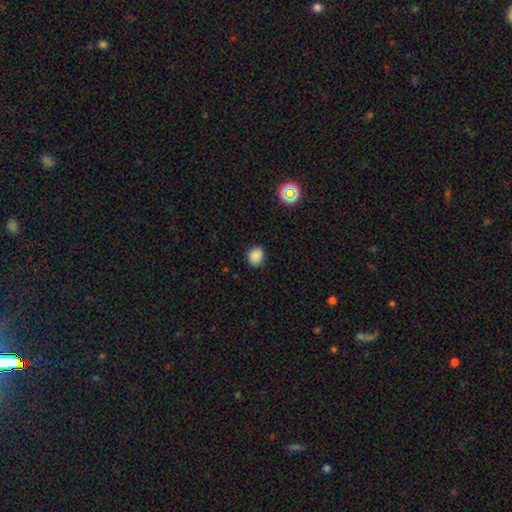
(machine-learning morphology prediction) A smooth galaxy with no disk features (85%) that is round (69%).

Vote fractions:
- Smooth or featured? smooth: 85% / star or artifact: 12% / featured or disk: 3%
- How rounded? round: 69% / in between: 30% / cigar-shaped: 1%
- Merging? none: 84% / minor disturbance: 12% / major disturbance: 3% / merger: 1%